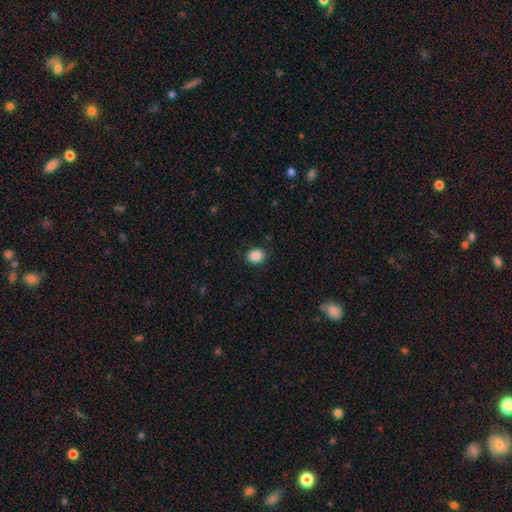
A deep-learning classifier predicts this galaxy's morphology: Overall: smooth (88%). How rounded: round (50%; in between 49%). Merging: none (87%).